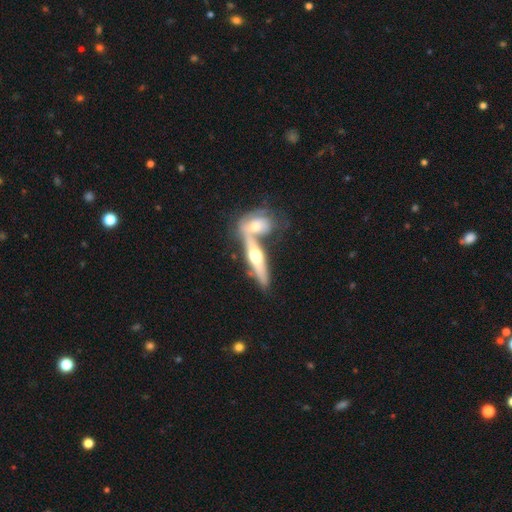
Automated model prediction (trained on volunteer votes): This is likely a featured or disk galaxy (62%). It is clearly viewed edge-on (86%). Edge-on bulge: clearly rounded (93%). Merging: possibly merger (49%).